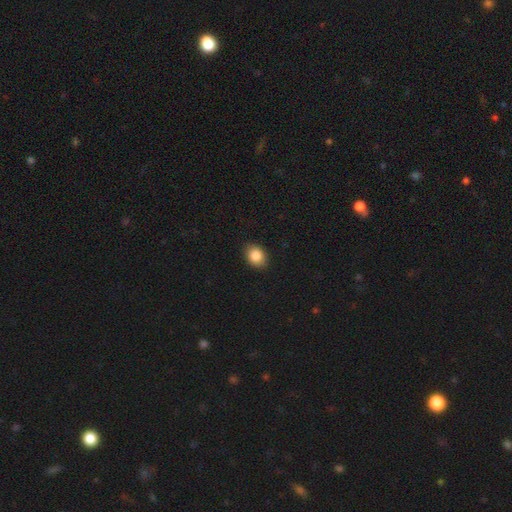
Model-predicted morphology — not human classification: Smooth or featured?
  - smooth: 86% *
  - star or artifact: 9%
  - featured or disk: 5%
How rounded?
  - in between: 63% *
  - round: 36%
  - cigar-shaped: 1%
Merging?
  - none: 89% *
  - minor disturbance: 8%
  - major disturbance: 2%
  - merger: 1%